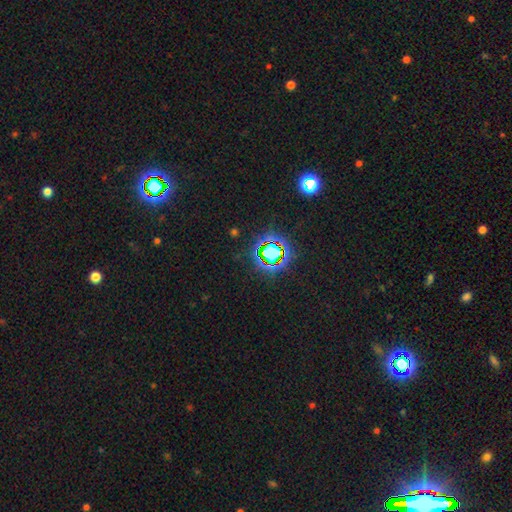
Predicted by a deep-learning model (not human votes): Smooth or featured? star or artifact (79%)